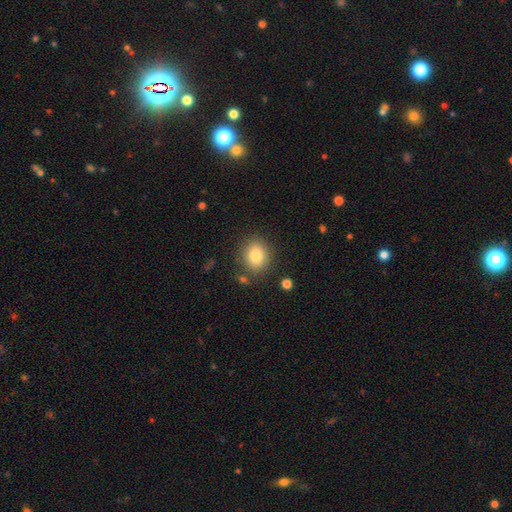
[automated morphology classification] smooth-or-featured: smooth: 83% | star or artifact: 10% | featured or disk: 8%
  how-rounded: round: 75% | in between: 24% | cigar-shaped: 1%
  merging: none: 84% | minor disturbance: 10% | merger: 4% | major disturbance: 3%